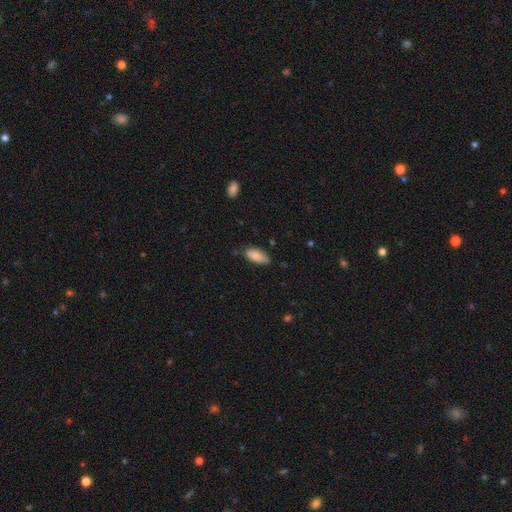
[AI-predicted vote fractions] The model was most divided on "merging": none: 73%, minor disturbance: 23%, major disturbance: 3%, merger: 2%. More confident: how rounded — in between (89%); smooth or featured — smooth (86%).